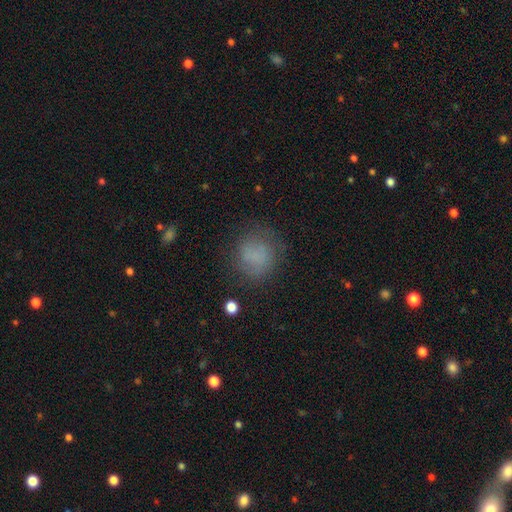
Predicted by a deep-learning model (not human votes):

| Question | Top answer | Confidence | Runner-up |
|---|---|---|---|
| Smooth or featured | smooth | 70% | featured or disk (18%) |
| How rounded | round | 80% | in between (19%) |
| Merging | none | 69% | minor disturbance (18%) |